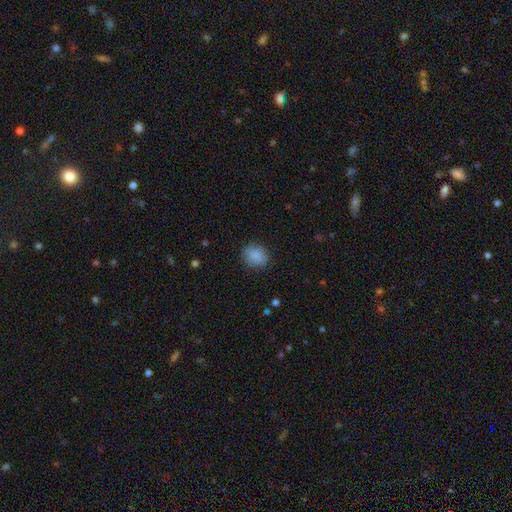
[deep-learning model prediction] Smooth or featured? Predicted: smooth (p=0.87). How rounded? Predicted: round (p=0.58). Merging? Predicted: none (p=0.83).